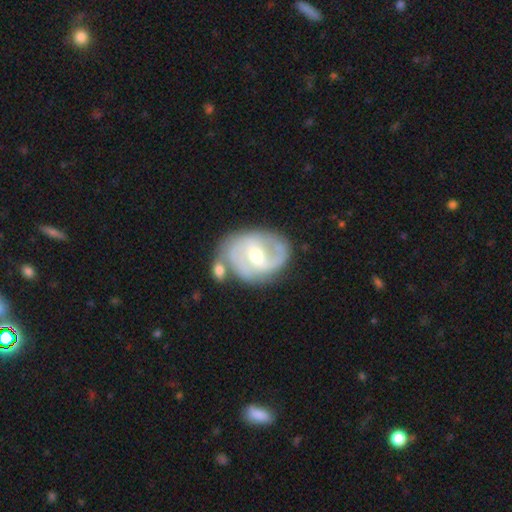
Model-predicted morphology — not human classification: This appears to be a featured or disk galaxy (84%) with a weak bar (51%), 2 (72%) medium (49%) spiral arms (94%) and a moderate central bulge (53%). Merging: none (60%).